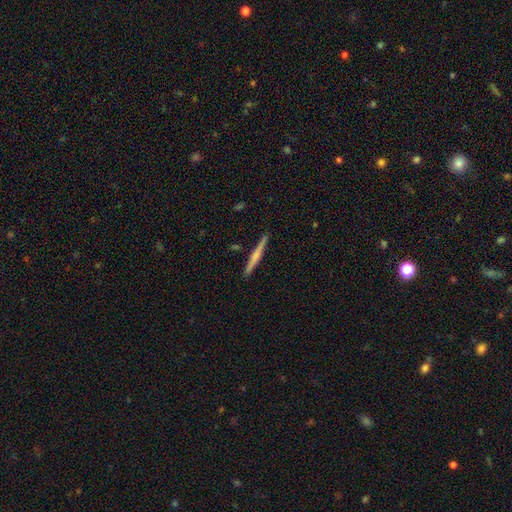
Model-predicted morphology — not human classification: Q: Smooth or featured?
A: featured or disk (56%); runner-up: smooth (39%)
Q: Edge-on disk?
A: yes (98%); runner-up: no (2%)
Q: Edge-on bulge?
A: rounded (53%); runner-up: none (35%)
Q: Merging?
A: none (91%); runner-up: minor disturbance (6%)